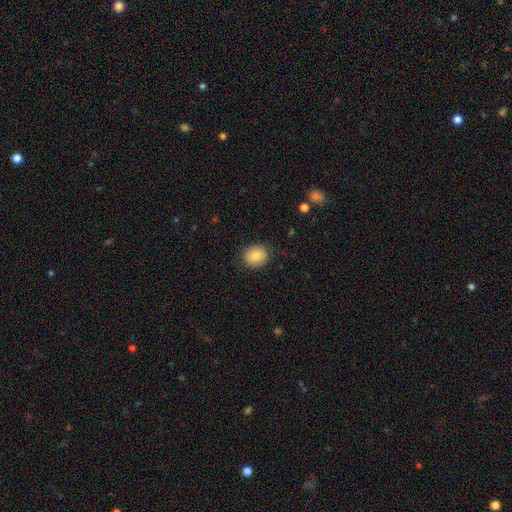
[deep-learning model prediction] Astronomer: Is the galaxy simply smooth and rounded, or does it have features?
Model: smooth — 82%.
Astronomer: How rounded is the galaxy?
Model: round — 73%.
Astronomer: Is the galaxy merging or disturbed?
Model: none — 87%.